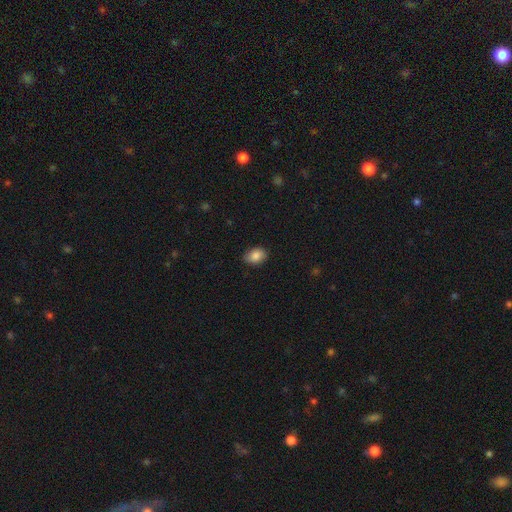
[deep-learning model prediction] A smooth galaxy with no disk features (86%) that is in between round and cigar-shaped (73%). Merging: none (84%).